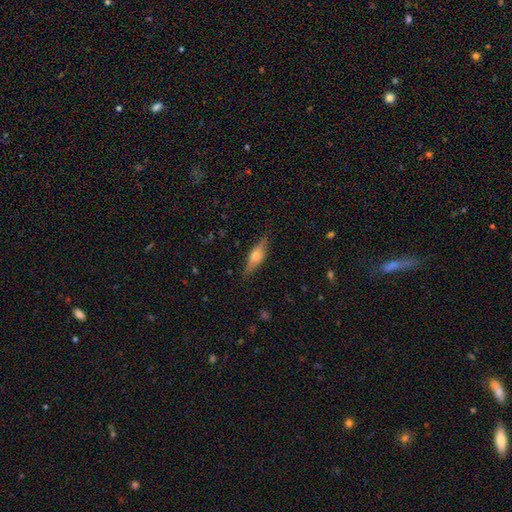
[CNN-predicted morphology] A featured or disk galaxy (49%).

Vote fractions:
- Smooth or featured? featured or disk: 49% / smooth: 43% / star or artifact: 7%
- Merging? none: 83% / minor disturbance: 13% / major disturbance: 3% / merger: 1%